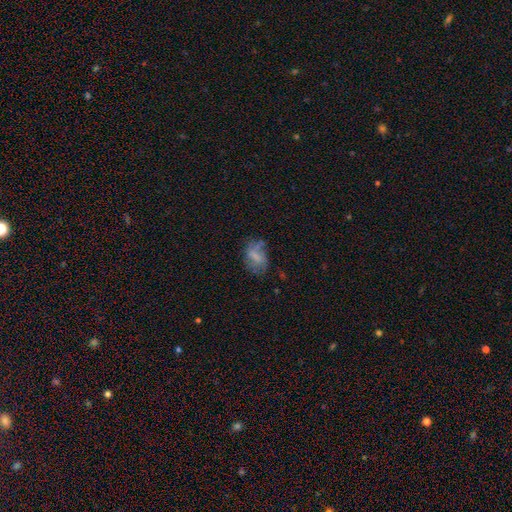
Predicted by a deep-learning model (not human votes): Smooth or featured: smooth — 58% (featured or disk — 32%)
How rounded: in between — 83% (round — 15%)
Merging: none — 47% (minor disturbance — 29%)